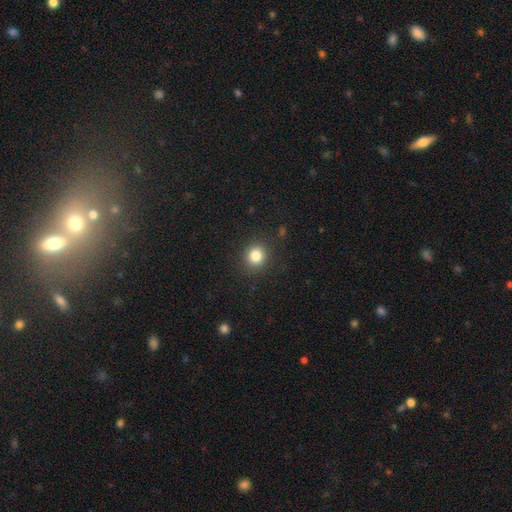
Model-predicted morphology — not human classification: Smooth or featured? Predicted: smooth (p=0.83). How rounded? Predicted: round (p=0.84). Merging? Predicted: none (p=0.89).